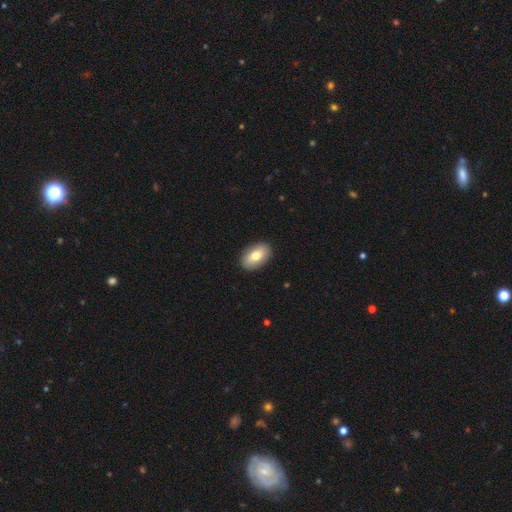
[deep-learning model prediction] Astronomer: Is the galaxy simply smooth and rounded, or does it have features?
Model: smooth — 76%.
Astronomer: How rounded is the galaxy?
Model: in between — 91%.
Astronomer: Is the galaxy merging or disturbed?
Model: none — 90%.